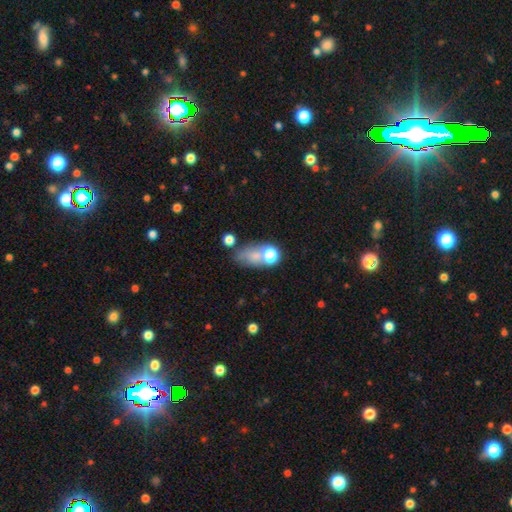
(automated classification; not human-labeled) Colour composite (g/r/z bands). It shows a smooth galaxy with no disk features (65%) that is in between round and cigar-shaped (72%). Merging: none (42%).